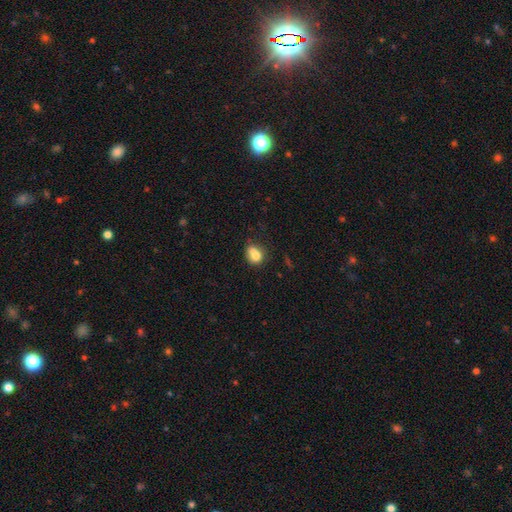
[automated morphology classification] Q: Smooth or featured?
A: smooth (75%); runner-up: featured or disk (15%)
Q: How rounded?
A: round (51%); runner-up: in between (48%)
Q: Merging?
A: none (44%); runner-up: merger (25%)